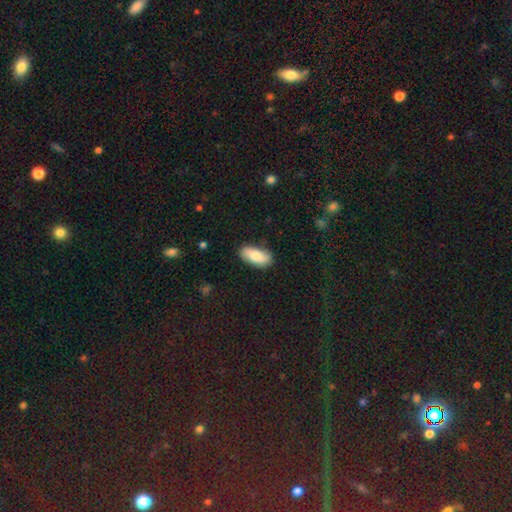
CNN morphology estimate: Smooth or featured? smooth (81%)
How rounded? in between (88%)
Merging? none (83%)